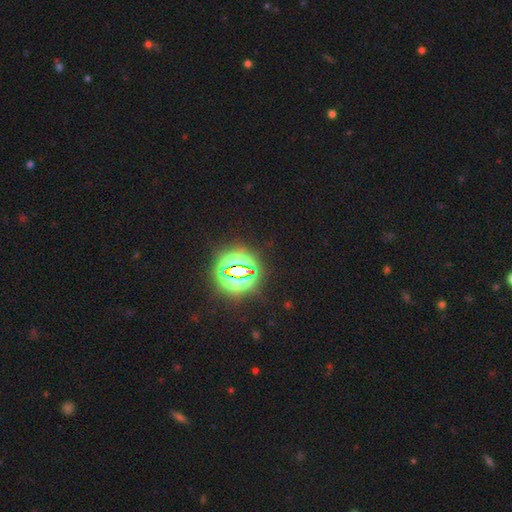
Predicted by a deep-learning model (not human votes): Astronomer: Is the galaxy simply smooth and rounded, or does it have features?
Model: star or artifact — 82%.